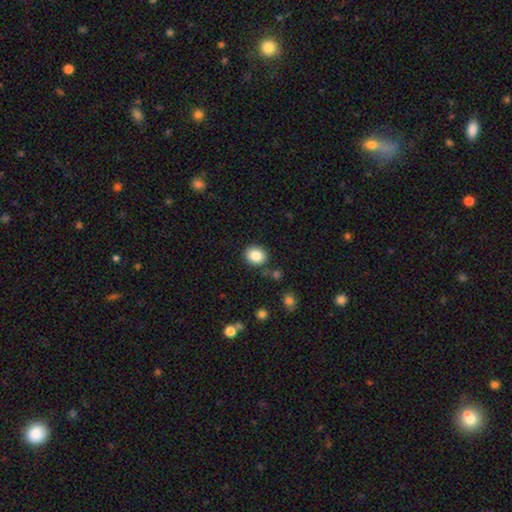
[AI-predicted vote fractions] This is clearly a smooth galaxy (86%). How rounded: likely round (63%). Merging: clearly none (83%).